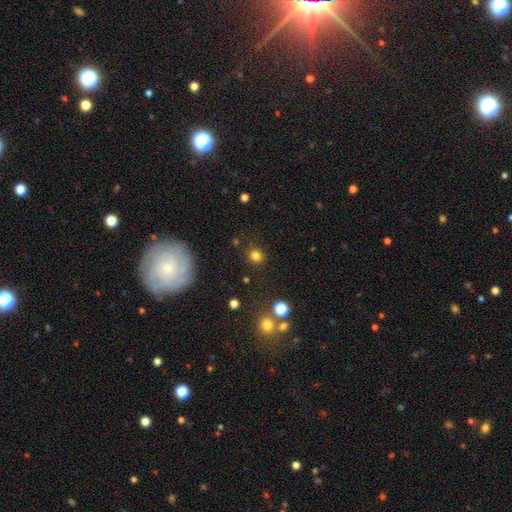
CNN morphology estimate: Overall: smooth (79%). How rounded: round (84%). Merging: none (86%).